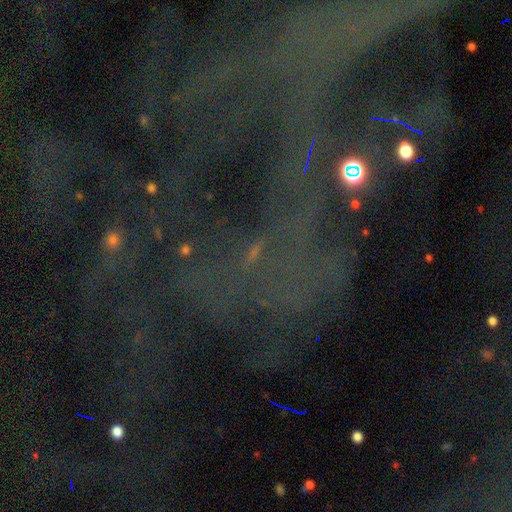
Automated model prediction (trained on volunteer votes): Overall: star or artifact (70%).